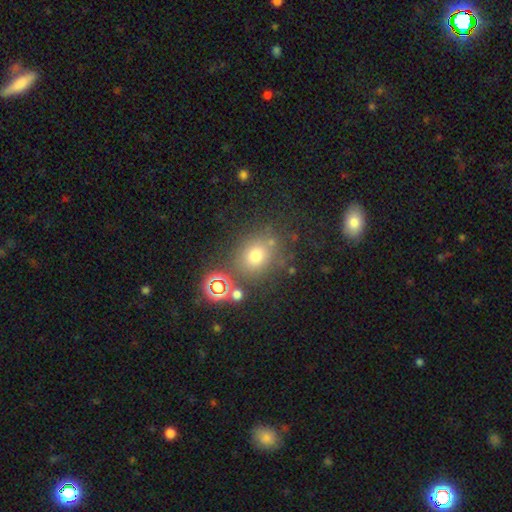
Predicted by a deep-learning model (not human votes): Smooth or featured: smooth — 69% (star or artifact — 21%)
How rounded: round — 75% (in between — 24%)
Merging: none — 73% (minor disturbance — 12%)